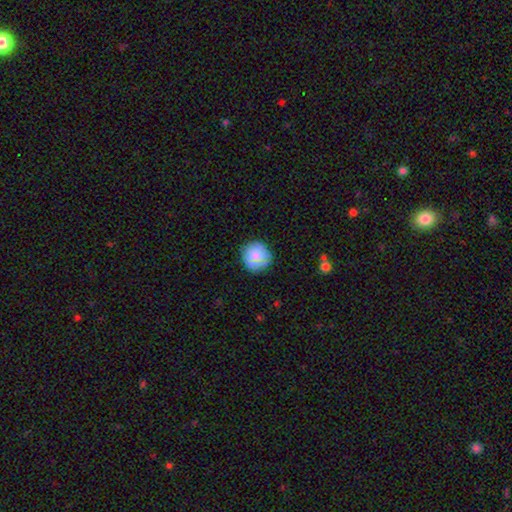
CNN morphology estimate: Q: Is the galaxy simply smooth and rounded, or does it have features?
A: smooth — 75%.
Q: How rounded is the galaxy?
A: round — 92%.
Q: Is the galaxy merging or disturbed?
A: none — 79%.